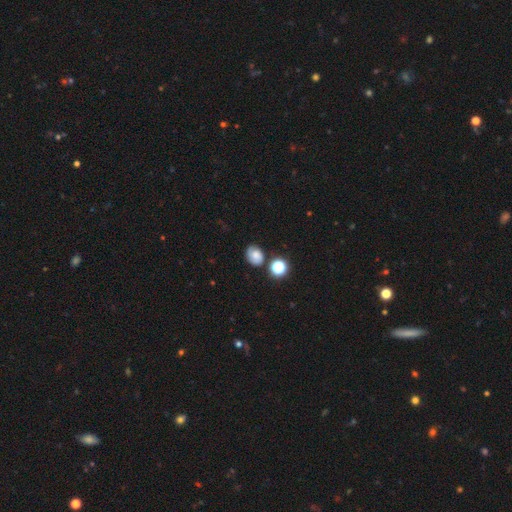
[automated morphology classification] This appears to be a smooth galaxy with no disk features (64%) that is in between round and cigar-shaped (54%). Merging: none (69%).